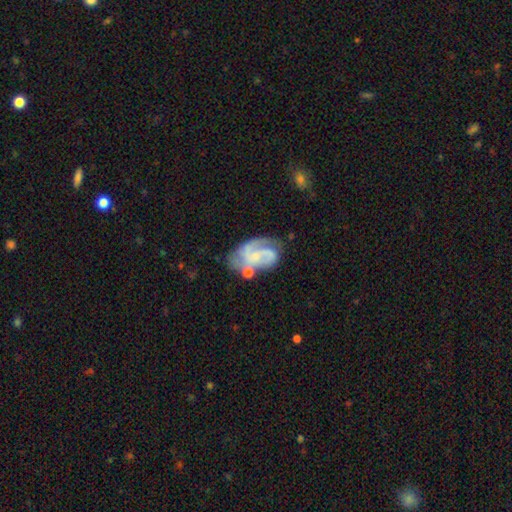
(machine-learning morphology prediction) Smooth or featured: featured or disk — 76% (smooth — 17%)
Edge-on disk: no — 97% (yes — 3%)
Bar: no — 48% (weak — 39%)
Spiral arms: yes — 91% (no — 9%)
Spiral winding: medium — 46% (tight — 31%)
Spiral arm count: 2 — 61% (1 — 14%)
Bulge size: small — 49% (none — 36%)
Merging: none — 48% (minor disturbance — 24%)